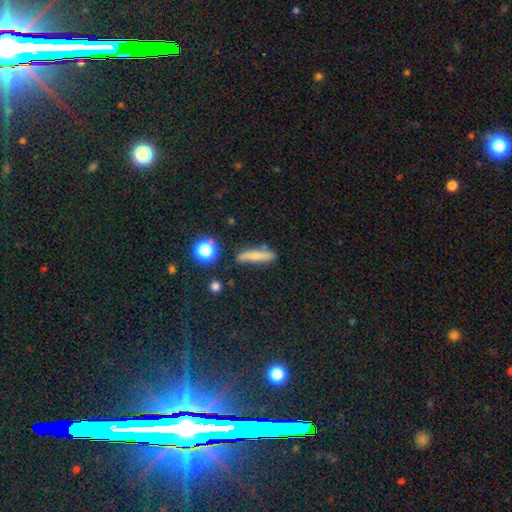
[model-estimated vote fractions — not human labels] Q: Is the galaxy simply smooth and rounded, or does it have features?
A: smooth — 56%.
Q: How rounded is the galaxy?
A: cigar-shaped — 81%.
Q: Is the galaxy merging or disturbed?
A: none — 72%.